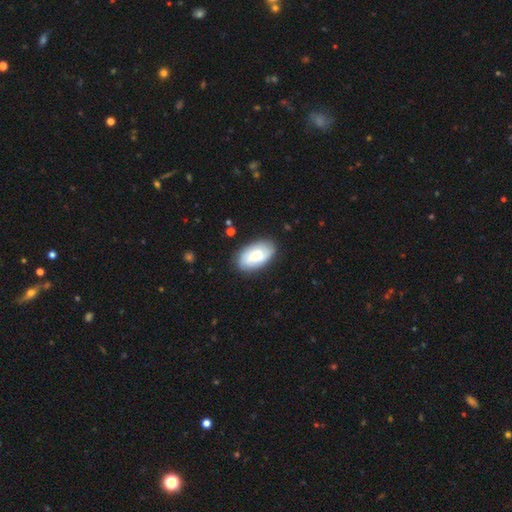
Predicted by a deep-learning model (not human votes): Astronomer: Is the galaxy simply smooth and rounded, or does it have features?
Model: smooth — 53% (runner-up: featured or disk, 41%).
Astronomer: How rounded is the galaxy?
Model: in between — 93%.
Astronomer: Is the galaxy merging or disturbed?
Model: none — 81%.